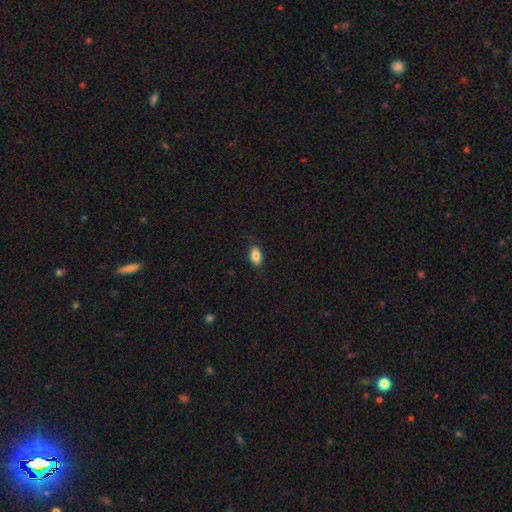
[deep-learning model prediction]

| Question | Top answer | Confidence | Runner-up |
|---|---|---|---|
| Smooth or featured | smooth | 85% | star or artifact (8%) |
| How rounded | in between | 90% | round (6%) |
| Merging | none | 84% | minor disturbance (12%) |